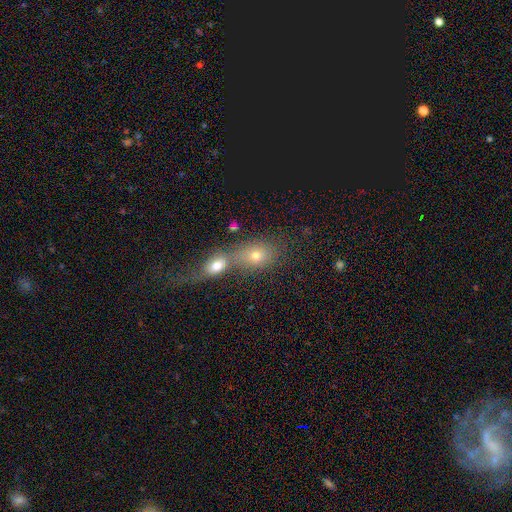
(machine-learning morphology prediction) Smooth or featured? Predicted: smooth (p=0.68). How rounded? Predicted: in between (p=0.63). Merging? Predicted: merger (p=0.62).